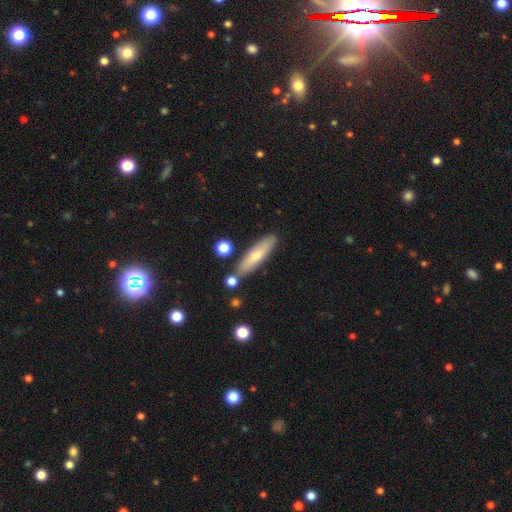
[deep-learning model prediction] Smooth or featured? Predicted: smooth (p=0.64). How rounded? Predicted: cigar-shaped (p=0.74). Merging? Predicted: none (p=0.81).